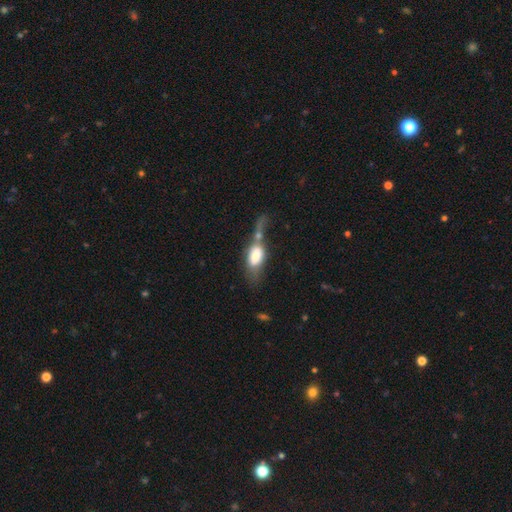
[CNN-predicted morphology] type=smooth (66%); roundness=in between (84%); merging=merger (42%).